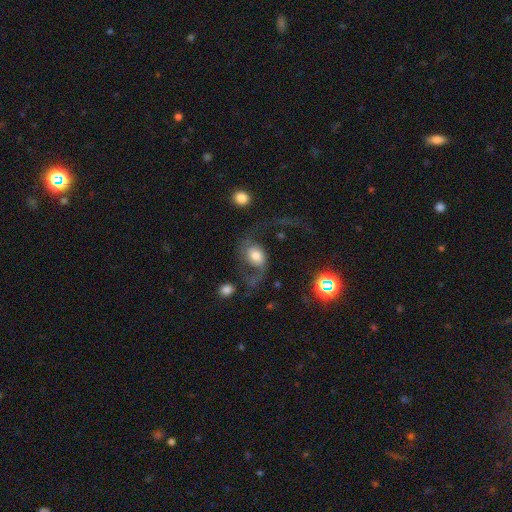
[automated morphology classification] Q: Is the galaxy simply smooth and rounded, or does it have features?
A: featured or disk — 58%.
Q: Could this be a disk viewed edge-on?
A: no — 96%.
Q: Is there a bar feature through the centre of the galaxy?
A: no — 65%.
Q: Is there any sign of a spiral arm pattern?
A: yes — 85%.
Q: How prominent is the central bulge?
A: moderate — 52%.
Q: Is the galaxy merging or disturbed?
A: major disturbance — 45%.